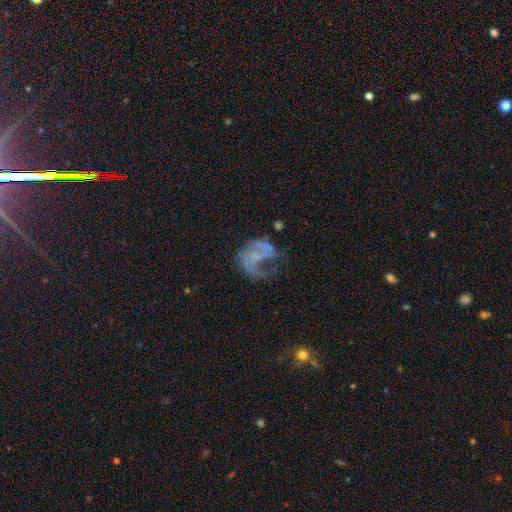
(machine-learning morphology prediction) smooth_or_featured: featured or disk (p=0.69) [alt: smooth p=0.18]
disk_edge_on: no (p=0.98) [alt: yes p=0.02]
bar: no (p=0.72) [alt: weak p=0.22]
has_spiral_arms: yes (p=0.66) [alt: no p=0.34]
bulge_size: none (p=0.73) [alt: small p=0.18]
merging: major disturbance (p=0.45) [alt: none p=0.33]